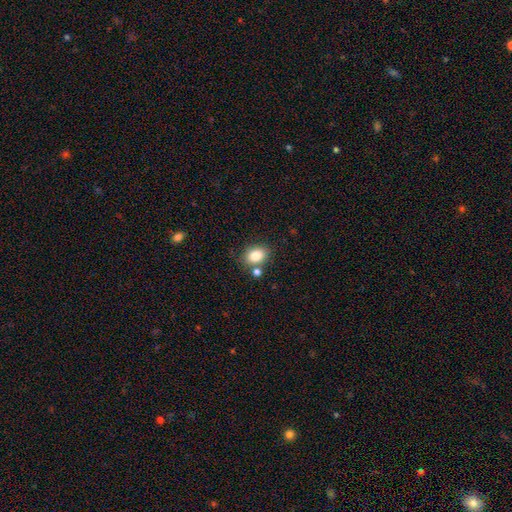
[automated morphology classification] A smooth galaxy with no disk features (83%) that is in between round and cigar-shaped (64%). Merging: none (72%).